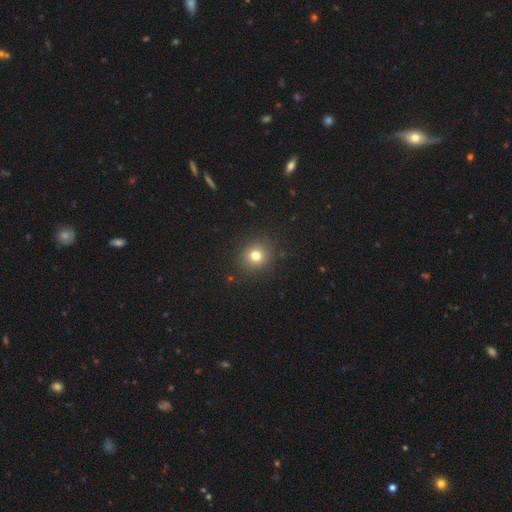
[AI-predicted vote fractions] Smooth or featured: smooth — 77% (star or artifact — 15%)
How rounded: round — 83% (in between — 16%)
Merging: none — 90% (minor disturbance — 7%)